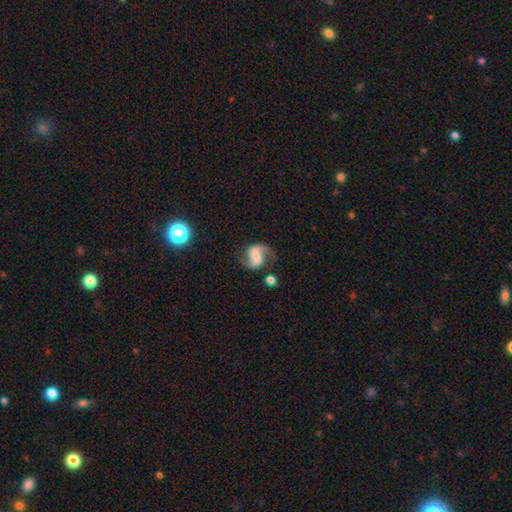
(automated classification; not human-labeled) Smooth or featured? Predicted: featured or disk (p=0.87). Edge-on disk? Predicted: no (p=0.98). Bar? Predicted: weak (p=0.41). Spiral arms? Predicted: yes (p=0.97). Spiral winding? Predicted: loose (p=0.49). Spiral arm count? Predicted: 2 (p=0.93). Bulge size? Predicted: small (p=0.40). Merging? Predicted: none (p=0.76).